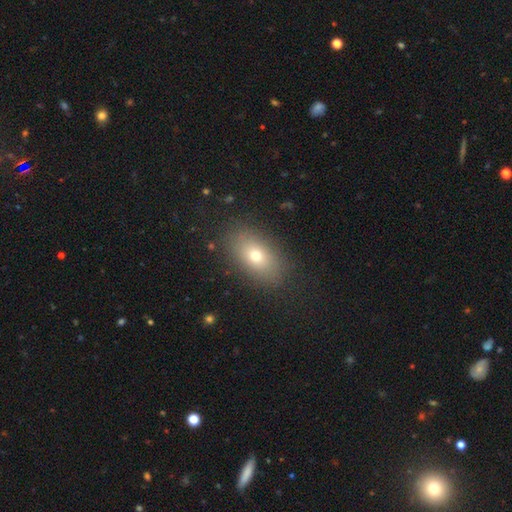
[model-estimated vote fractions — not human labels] Smooth or featured? Predicted: smooth (p=0.72). How rounded? Predicted: in between (p=0.84). Merging? Predicted: none (p=0.85).